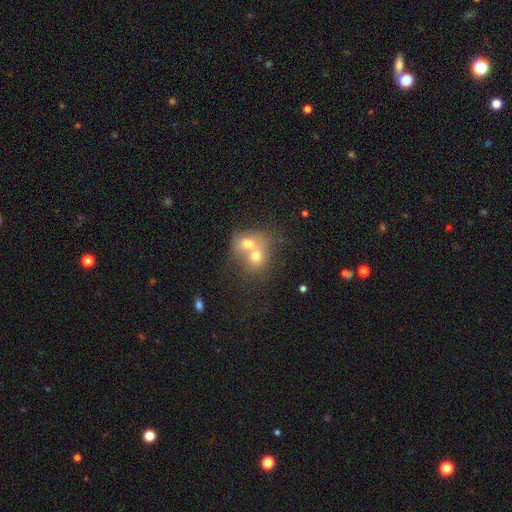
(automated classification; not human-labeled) This appears to be a smooth galaxy with no disk features (65%) that is round (63%). Merging: merger (75%).